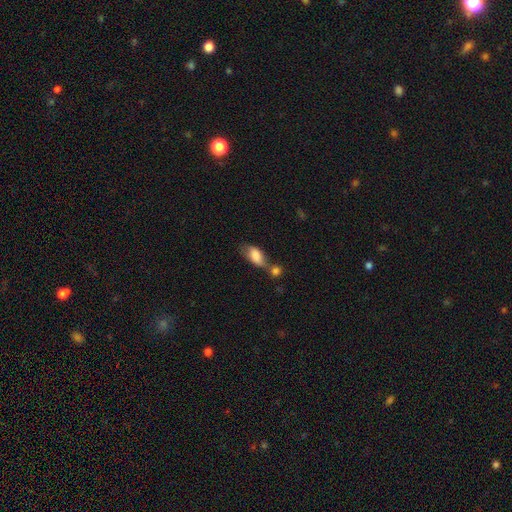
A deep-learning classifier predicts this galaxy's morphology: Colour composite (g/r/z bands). It shows a smooth galaxy with no disk features (81%) that is in between round and cigar-shaped (88%). Merging: merger (47%).